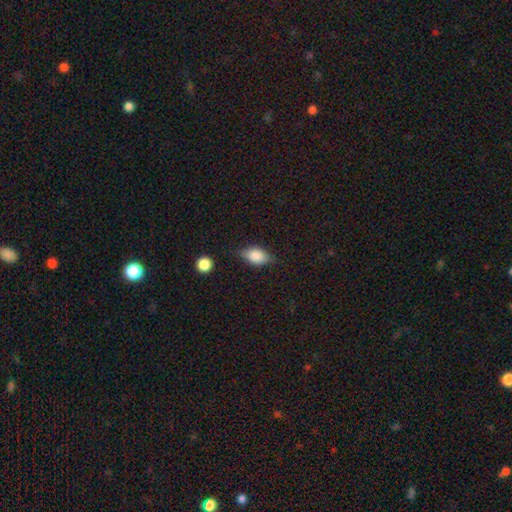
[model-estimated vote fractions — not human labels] smooth_or_featured: smooth (p=0.73) [alt: featured or disk p=0.18]
how_rounded: in between (p=0.82) [alt: round p=0.13]
merging: none (p=0.69) [alt: minor disturbance p=0.22]